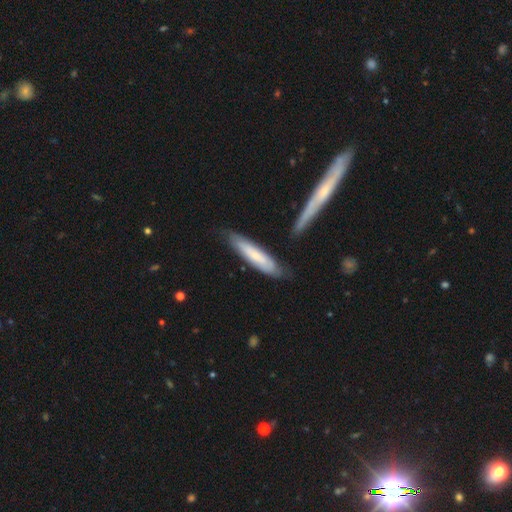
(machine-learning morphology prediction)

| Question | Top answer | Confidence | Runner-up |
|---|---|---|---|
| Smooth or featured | smooth | 57% | featured or disk (38%) |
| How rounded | cigar-shaped | 78% | in between (21%) |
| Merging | none | 70% | minor disturbance (20%) |